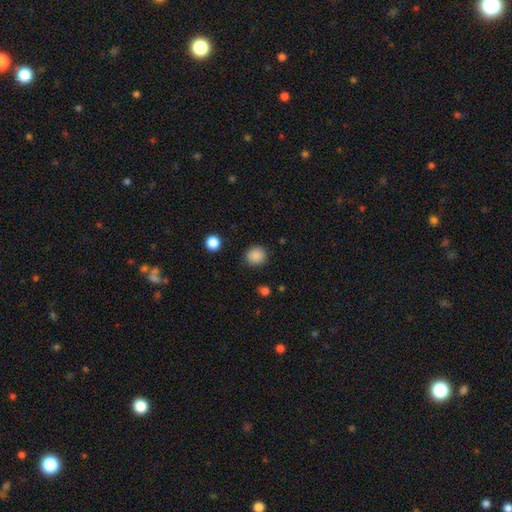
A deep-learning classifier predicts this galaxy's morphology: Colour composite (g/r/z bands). It shows a smooth galaxy with no disk features (87%) that is round (84%). Merging: none (88%).